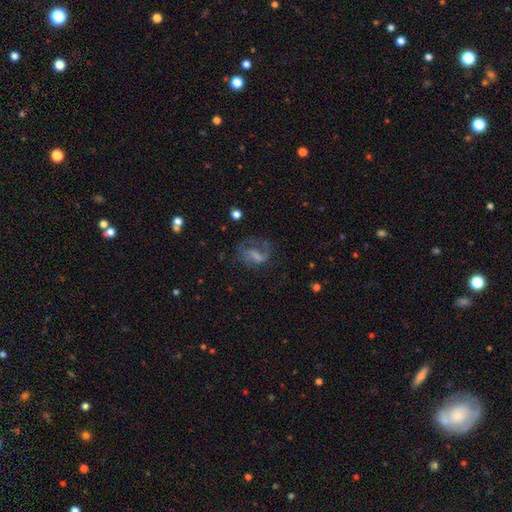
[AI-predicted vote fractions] smooth_or_featured: featured or disk (p=0.60) [alt: smooth p=0.28]
disk_edge_on: no (p=0.97) [alt: yes p=0.03]
bar: weak (p=0.43) [alt: no p=0.37]
has_spiral_arms: yes (p=0.77) [alt: no p=0.23]
bulge_size: none (p=0.48) [alt: small p=0.24]
merging: none (p=0.44) [alt: major disturbance p=0.34]